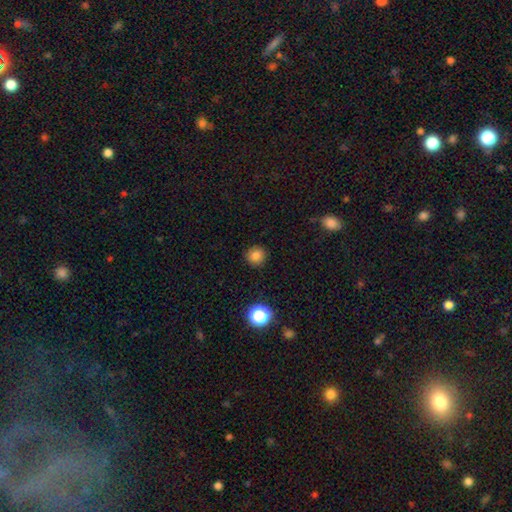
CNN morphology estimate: smooth-or-featured: smooth: 81% | star or artifact: 13% | featured or disk: 6%
  how-rounded: round: 93% | in between: 7% | cigar-shaped: 1%
  merging: none: 91% | minor disturbance: 6% | major disturbance: 2% | merger: 1%